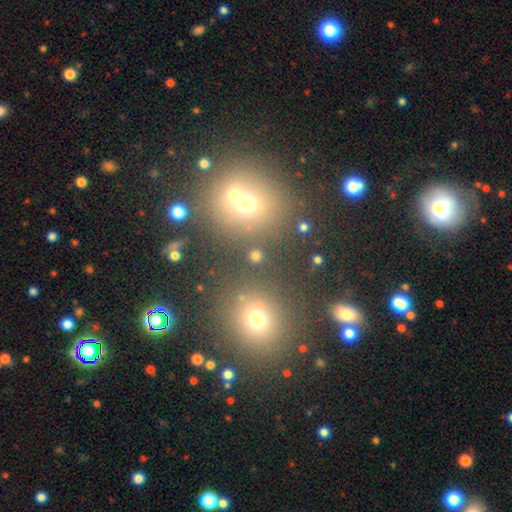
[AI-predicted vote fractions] Smooth or featured? smooth (64%)
How rounded? round (82%)
Merging? none (61%)